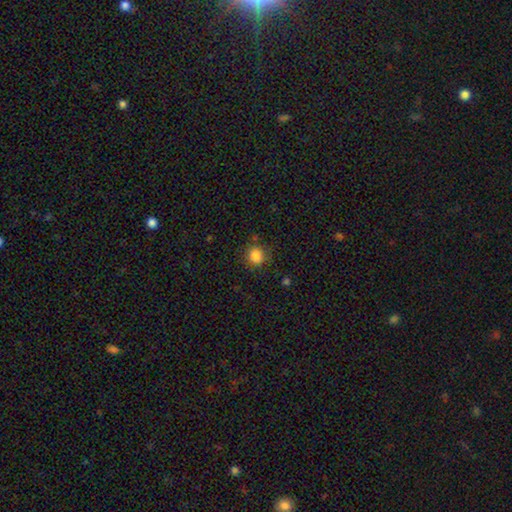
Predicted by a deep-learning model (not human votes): This appears to be a smooth galaxy with no disk features (84%) that is round (82%). Merging: none (80%).